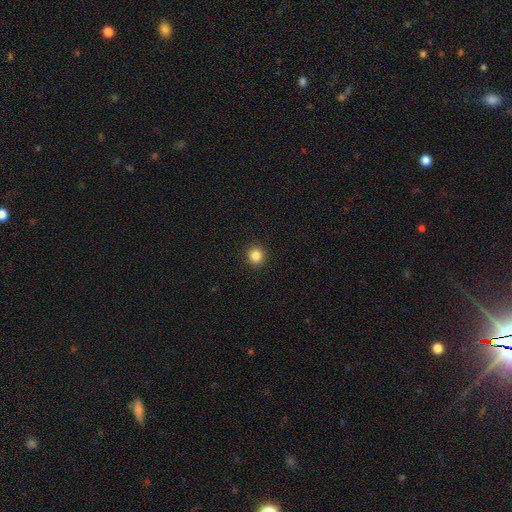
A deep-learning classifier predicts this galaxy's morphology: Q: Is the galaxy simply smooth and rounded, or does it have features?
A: smooth — 84%.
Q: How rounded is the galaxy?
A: round — 94%.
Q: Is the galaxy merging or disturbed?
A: none — 93%.